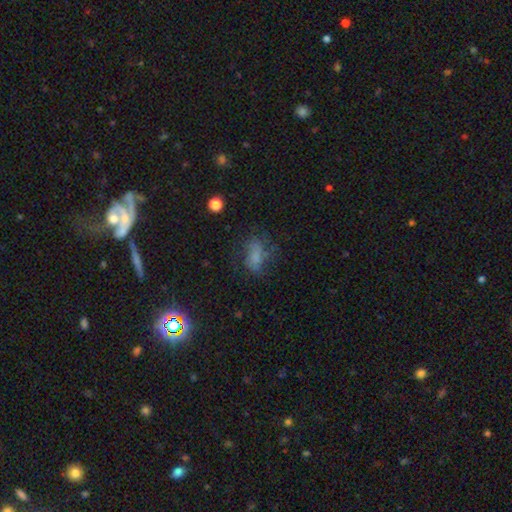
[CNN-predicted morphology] Smooth or featured?
  - smooth: 53% *
  - featured or disk: 29%
  - star or artifact: 18%
How rounded?
  - in between: 82% *
  - round: 12%
  - cigar-shaped: 6%
Merging?
  - none: 48% *
  - major disturbance: 24%
  - minor disturbance: 24%
  - merger: 3%